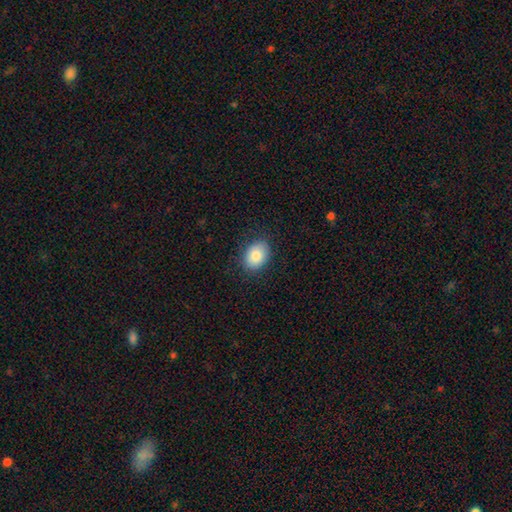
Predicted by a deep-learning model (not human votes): smooth_or_featured: smooth (p=0.85) [alt: featured or disk p=0.08]
how_rounded: in between (p=0.73) [alt: round p=0.26]
merging: none (p=0.85) [alt: minor disturbance p=0.11]